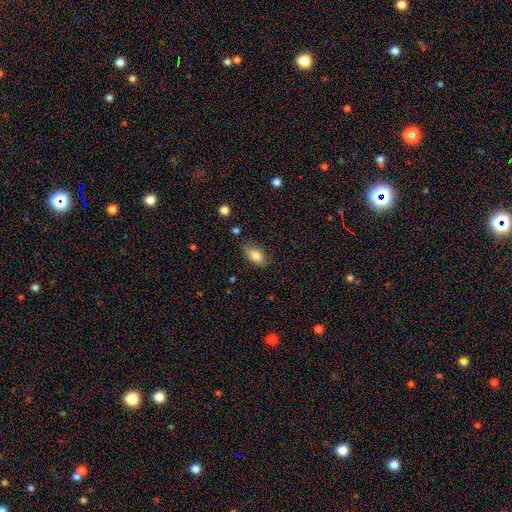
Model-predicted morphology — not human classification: Smooth or featured?
  - smooth: 82% *
  - featured or disk: 10%
  - star or artifact: 8%
How rounded?
  - in between: 89% *
  - round: 5%
  - cigar-shaped: 5%
Merging?
  - none: 75% *
  - minor disturbance: 19%
  - major disturbance: 4%
  - merger: 2%